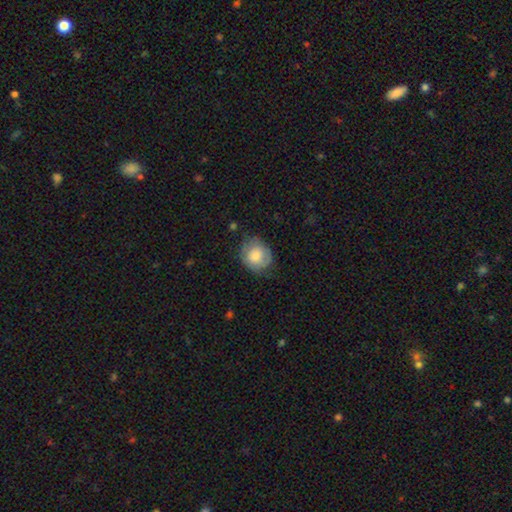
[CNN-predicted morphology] Smooth or featured: smooth — 72% (featured or disk — 21%)
How rounded: round — 71% (in between — 28%)
Merging: none — 65% (minor disturbance — 26%)